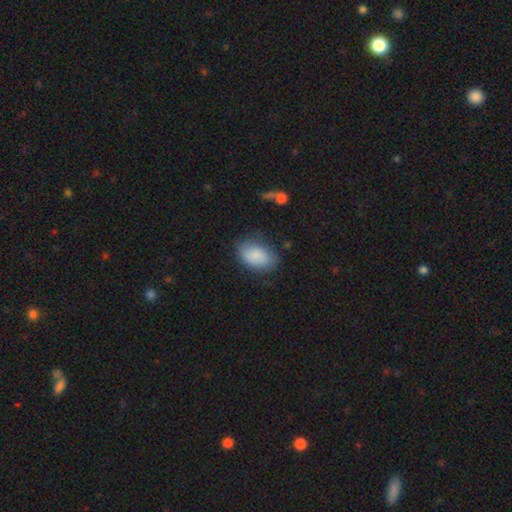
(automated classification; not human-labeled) Q: Smooth or featured?
A: smooth (82%); runner-up: featured or disk (11%)
Q: How rounded?
A: in between (87%); runner-up: round (11%)
Q: Merging?
A: none (71%); runner-up: minor disturbance (20%)